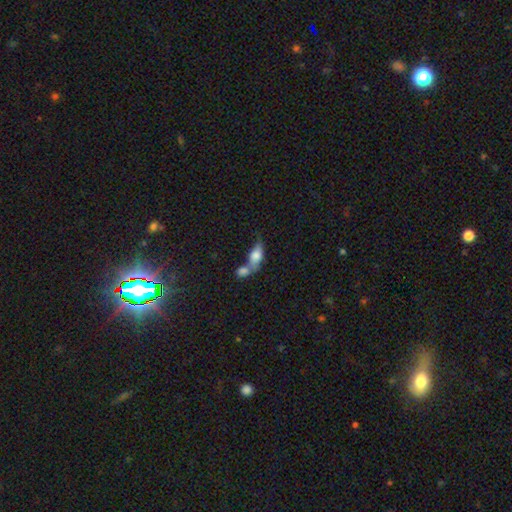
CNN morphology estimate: smooth-or-featured: smooth: 69% | featured or disk: 23% | star or artifact: 8%
  how-rounded: in between: 79% | cigar-shaped: 11% | round: 10%
  merging: merger: 66% | none: 18% | minor disturbance: 9% | major disturbance: 7%